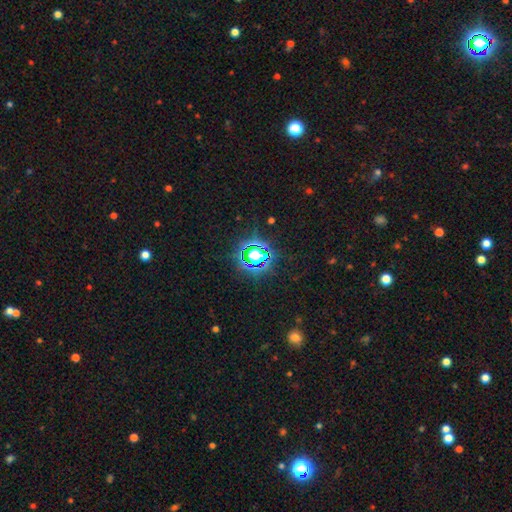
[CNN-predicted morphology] star or artifact 71%, smooth 19%, featured or disk 10%.